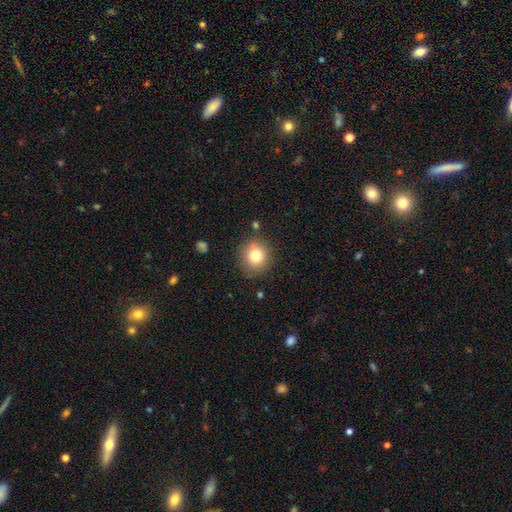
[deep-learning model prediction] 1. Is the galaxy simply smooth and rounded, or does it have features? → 78% smooth, 12% star or artifact, 10% featured or disk.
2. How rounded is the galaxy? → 89% round, 10% in between, 1% cigar-shaped.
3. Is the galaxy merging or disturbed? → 85% none, 9% minor disturbance, 3% major disturbance, 2% merger.